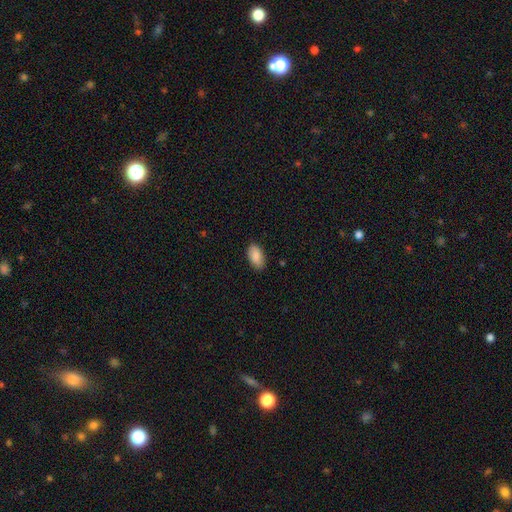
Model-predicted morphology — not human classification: A smooth galaxy with no disk features (89%) that is in between round and cigar-shaped (94%).

Vote fractions:
- Smooth or featured? smooth: 89% / star or artifact: 6% / featured or disk: 5%
- How rounded? in between: 94% / round: 3% / cigar-shaped: 3%
- Merging? none: 85% / minor disturbance: 11% / major disturbance: 2% / merger: 1%